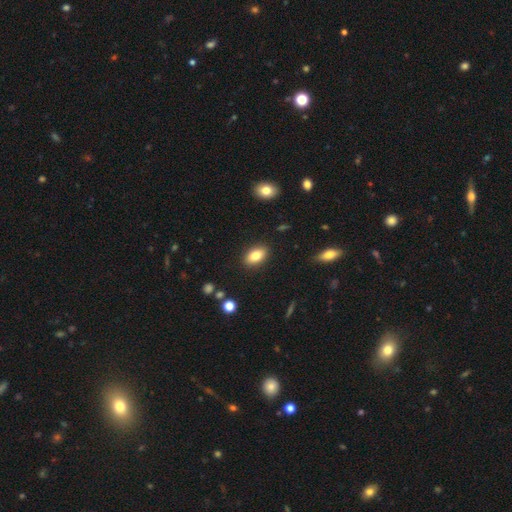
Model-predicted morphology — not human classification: Overall: smooth (82%). How rounded: in between (88%). Merging: none (88%).